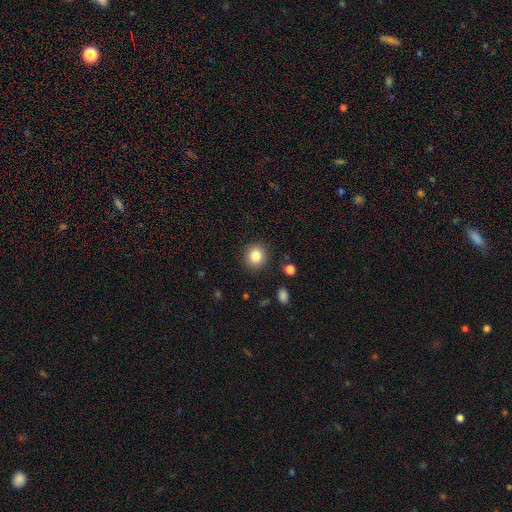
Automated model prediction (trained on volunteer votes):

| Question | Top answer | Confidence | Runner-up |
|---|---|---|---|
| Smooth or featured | smooth | 84% | star or artifact (10%) |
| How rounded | round | 89% | in between (10%) |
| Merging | none | 90% | minor disturbance (6%) |